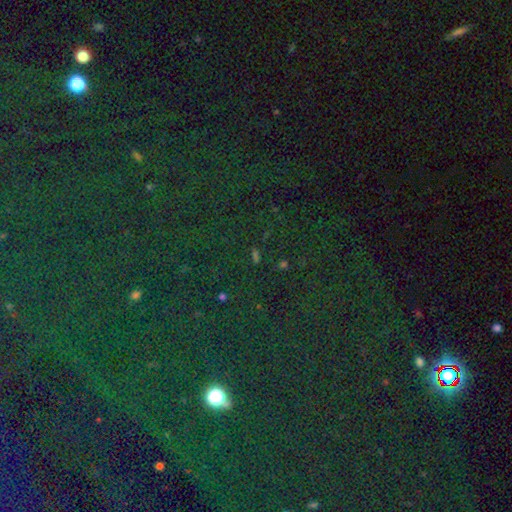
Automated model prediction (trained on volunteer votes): This is likely a star or artifact rather than a galaxy (62%).